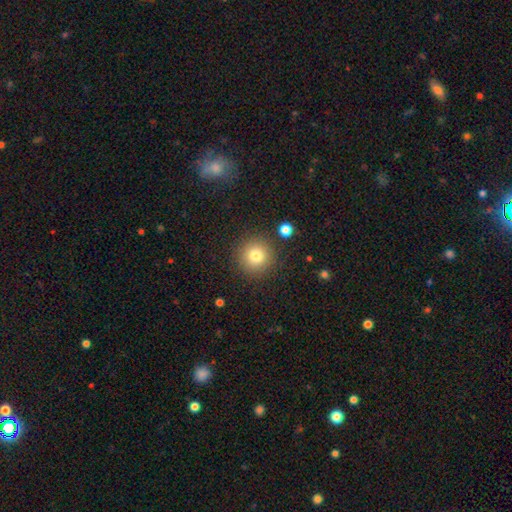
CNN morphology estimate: A smooth galaxy with no disk features (80%) that is round (95%).

Vote fractions:
- Smooth or featured? smooth: 80% / star or artifact: 12% / featured or disk: 8%
- How rounded? round: 95% / in between: 4% / cigar-shaped: 1%
- Merging? none: 88% / minor disturbance: 7% / major disturbance: 3% / merger: 3%